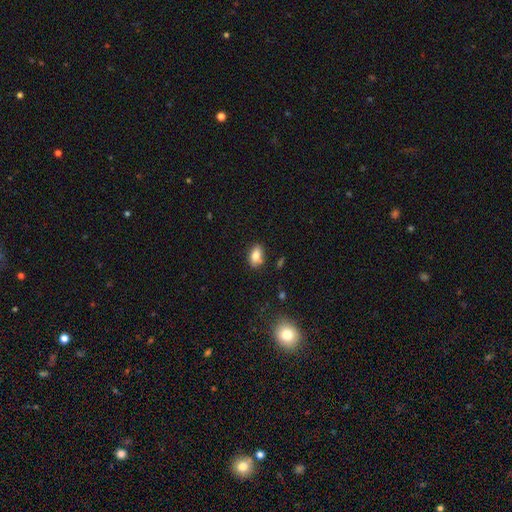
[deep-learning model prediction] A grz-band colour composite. It shows a smooth galaxy with no disk features (79%) that is in between round and cigar-shaped (86%). Merging: none (73%).